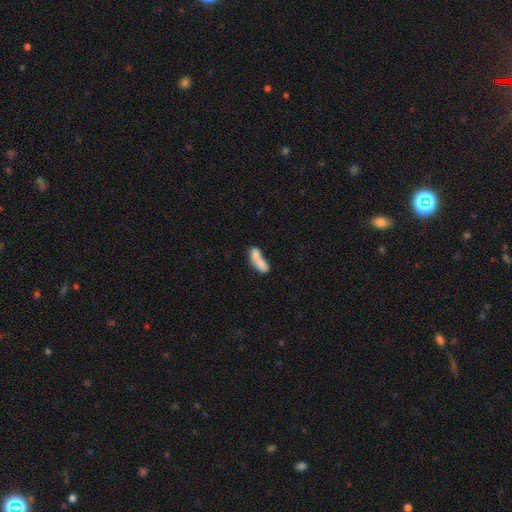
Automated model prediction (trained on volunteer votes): smooth_or_featured: smooth (p=0.71) [alt: featured or disk p=0.21]
how_rounded: in between (p=0.70) [alt: cigar-shaped p=0.24]
merging: merger (p=0.66) [alt: none p=0.20]